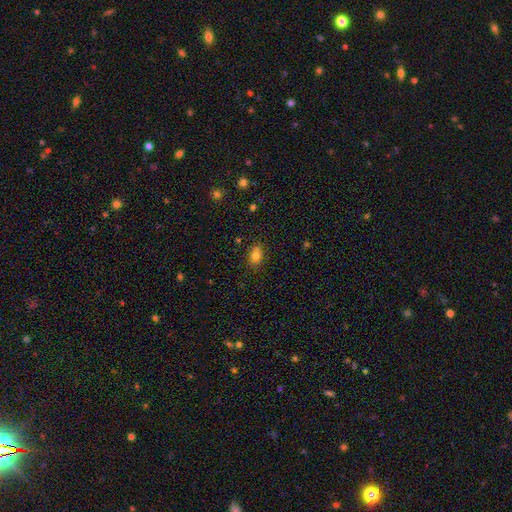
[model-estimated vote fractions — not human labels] Overall: smooth (78%). How rounded: in between (61%; round 38%). Merging: none (76%).